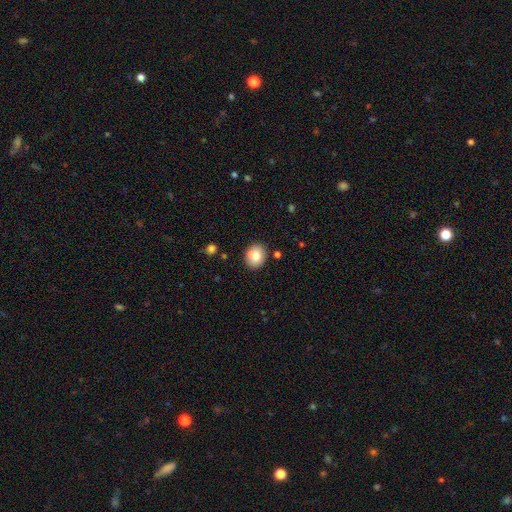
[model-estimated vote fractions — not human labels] Overall: smooth (76%). How rounded: round (65%; in between 34%). Merging: none (74%).